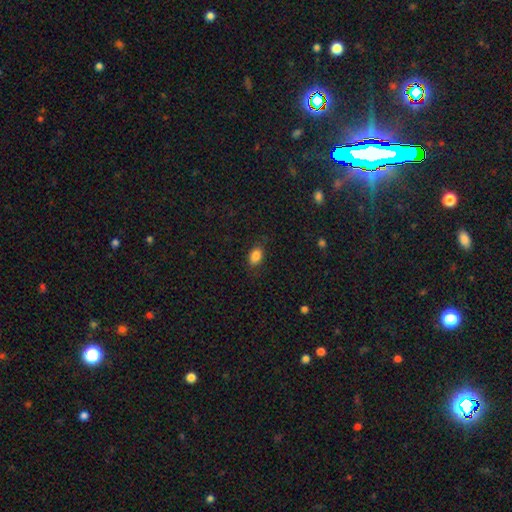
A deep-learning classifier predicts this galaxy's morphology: smooth-or-featured: smooth: 86% | star or artifact: 9% | featured or disk: 5%
  how-rounded: in between: 86% | round: 12% | cigar-shaped: 2%
  merging: none: 81% | minor disturbance: 14% | major disturbance: 4% | merger: 1%